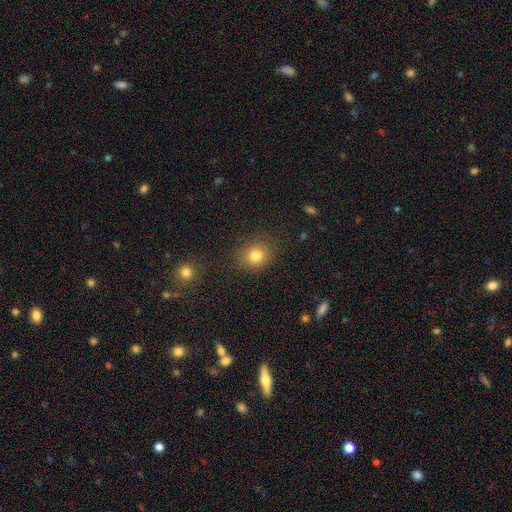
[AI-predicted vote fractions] A smooth galaxy with no disk features (80%) that is round (70%). Merging: none (84%).